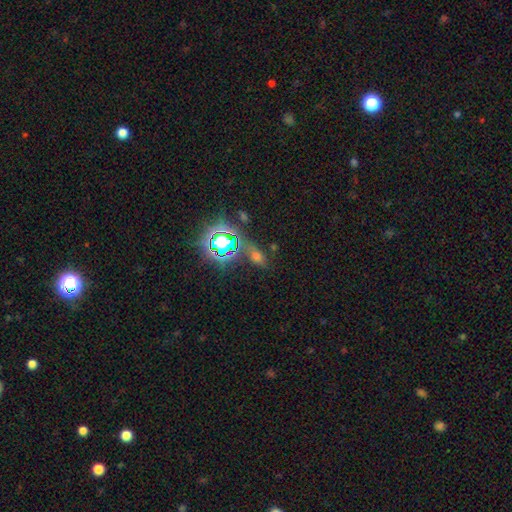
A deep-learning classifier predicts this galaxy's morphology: This appears to be a star or artifact, not a galaxy (54%).